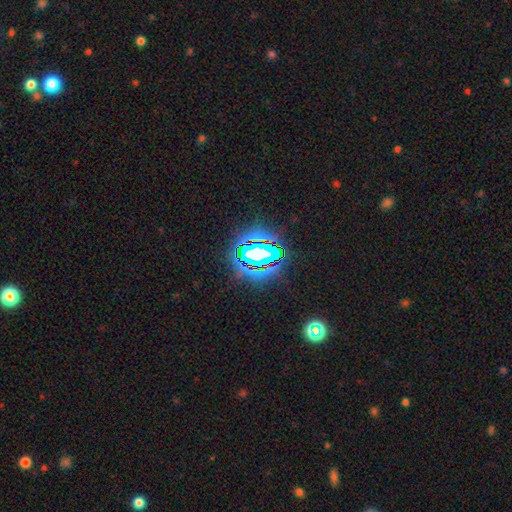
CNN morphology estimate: Smooth or featured?
  - star or artifact: 72% *
  - smooth: 15%
  - featured or disk: 13%